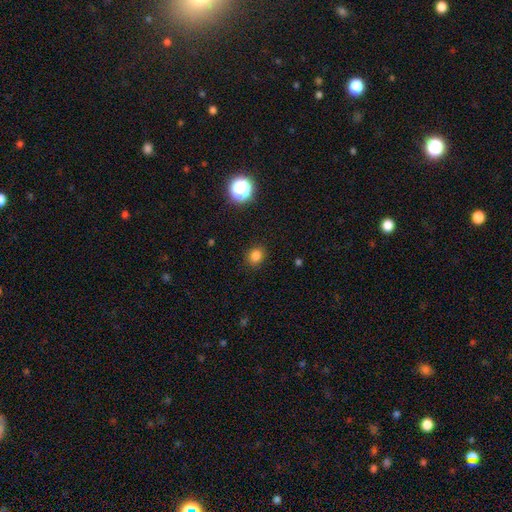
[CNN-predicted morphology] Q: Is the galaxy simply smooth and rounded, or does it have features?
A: smooth — 82%.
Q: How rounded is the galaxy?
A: round — 75%.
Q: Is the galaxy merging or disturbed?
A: none — 89%.